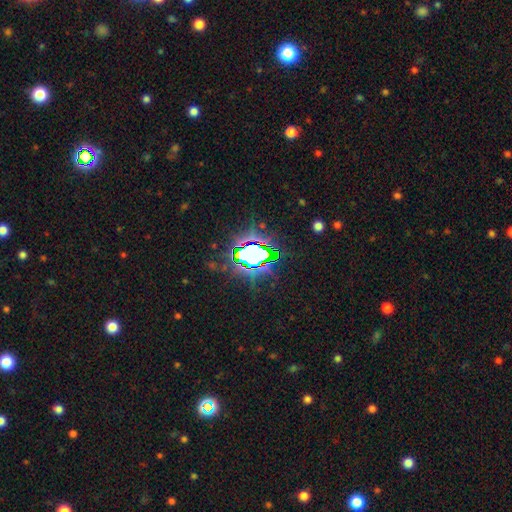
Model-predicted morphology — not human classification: A star or artifact, not a galaxy (74%).